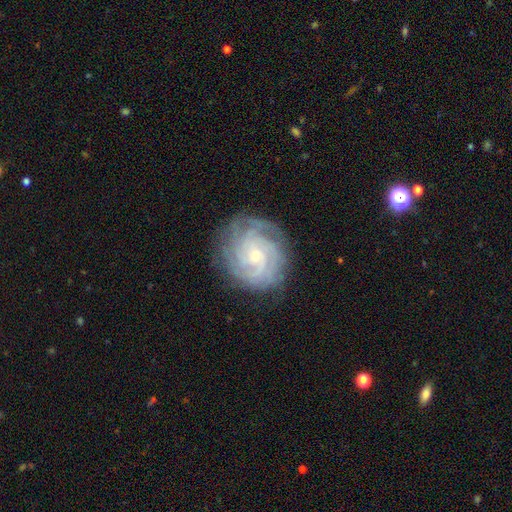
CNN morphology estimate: Smooth or featured? featured or disk (87%)
Edge-on disk? no (98%)
Bar? no (69%)
Spiral arms? yes (98%)
Spiral winding? tight (79%)
Spiral arm count? 4 (30%)
Bulge size? small (75%)
Merging? none (82%)